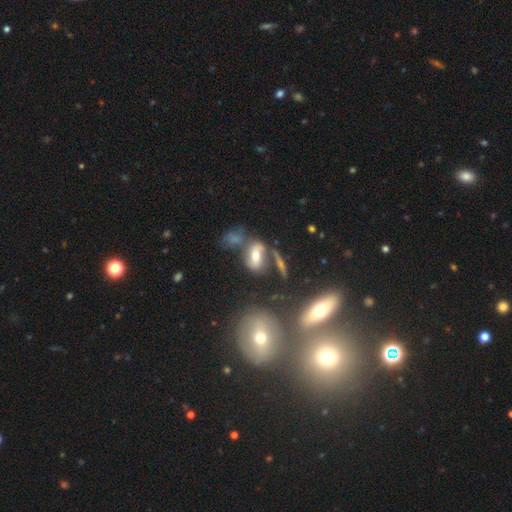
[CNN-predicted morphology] Overall: smooth (53%; featured or disk 34%). How rounded: in between (81%). Merging: none (46%; merger 26%).